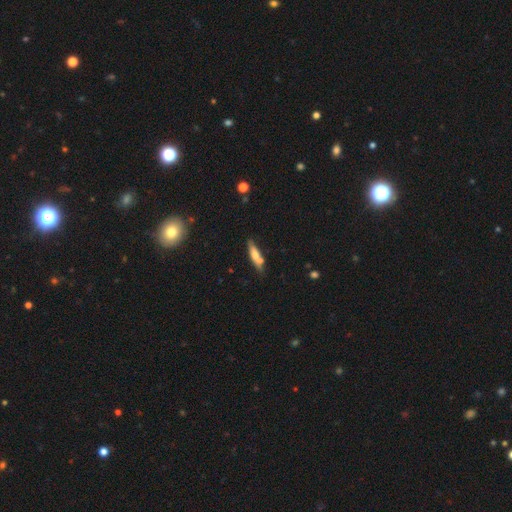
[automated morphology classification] Smooth or featured? Predicted: smooth (p=0.60). How rounded? Predicted: cigar-shaped (p=0.70). Merging? Predicted: none (p=0.65).